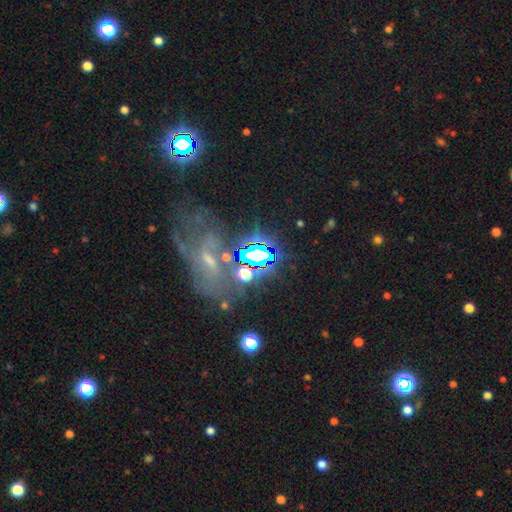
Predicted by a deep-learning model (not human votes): This is likely a star or artifact rather than a galaxy (67%).